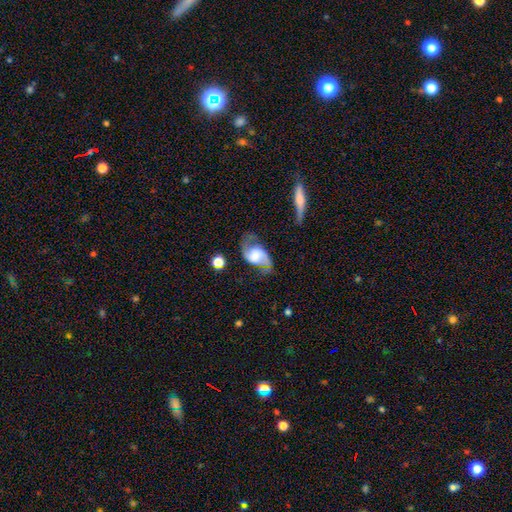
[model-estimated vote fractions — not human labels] Overall: featured or disk (74%). Edge-on disk: no (96%). Bar: no (53%; weak 36%). Spiral arms: yes (93%). Spiral arm count: 2 (88%). Spiral winding: loose (44%; medium 42%). Bulge size: moderate (28%; small 25%). Merging: none (57%; minor disturbance 24%).